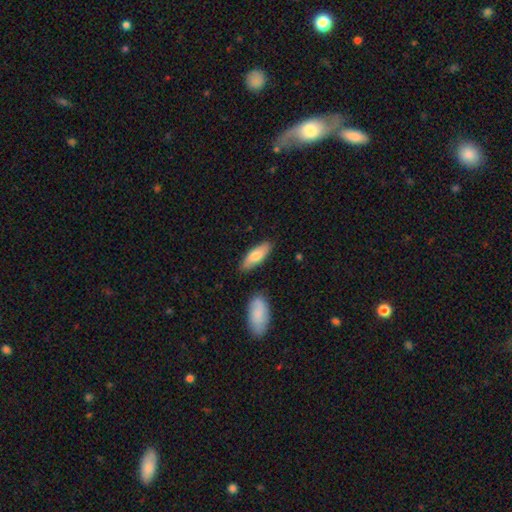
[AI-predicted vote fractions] Morphology: type=smooth (75%); roundness=in between (69%); merging=none (80%).